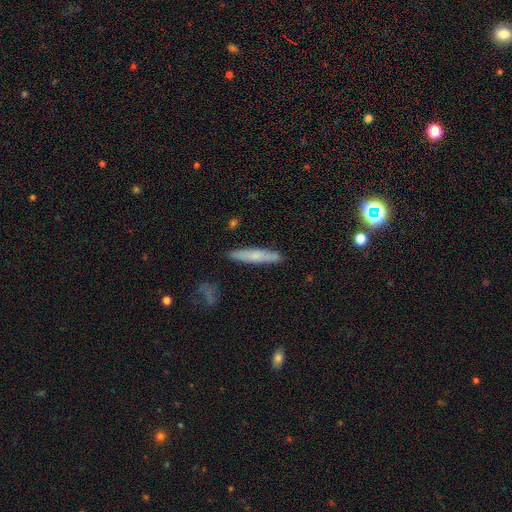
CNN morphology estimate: smooth_or_featured: smooth (p=0.68) [alt: featured or disk p=0.27]
how_rounded: cigar-shaped (p=0.92) [alt: in between p=0.07]
merging: none (p=0.89) [alt: minor disturbance p=0.08]